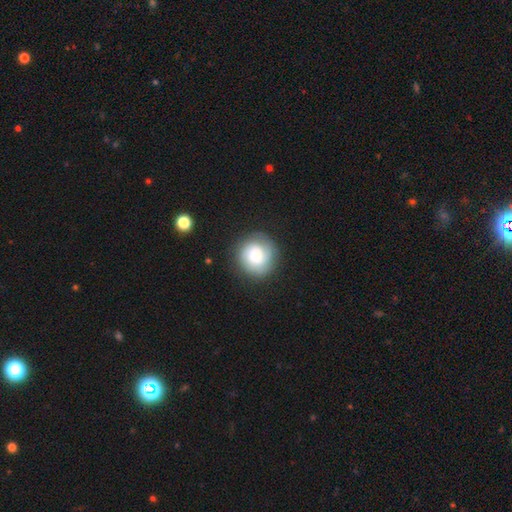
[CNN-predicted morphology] Overall: smooth (55%; featured or disk 37%). How rounded: round (90%). Merging: none (80%).